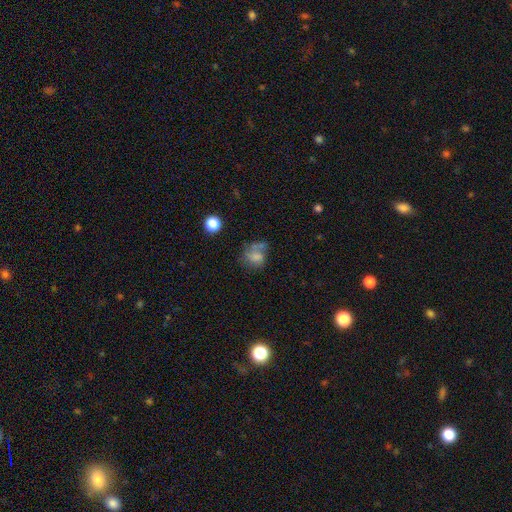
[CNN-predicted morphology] smooth 55%, featured or disk 31%, star or artifact 14%. Down the decision tree: how rounded — round (53%); merging — major disturbance (32%).